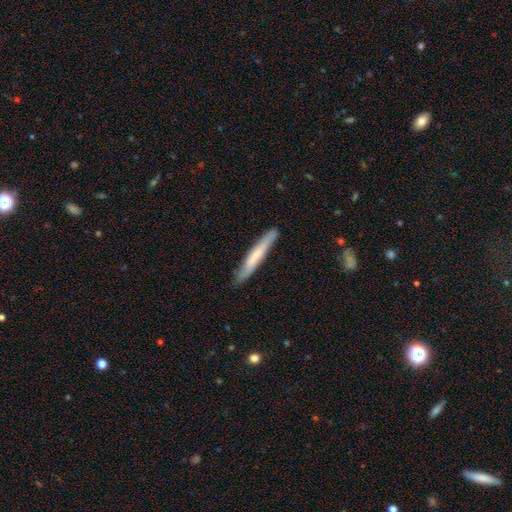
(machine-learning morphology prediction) smooth 59%, featured or disk 36%, star or artifact 5%. Down the decision tree: how rounded — cigar-shaped (95%); merging — none (86%).